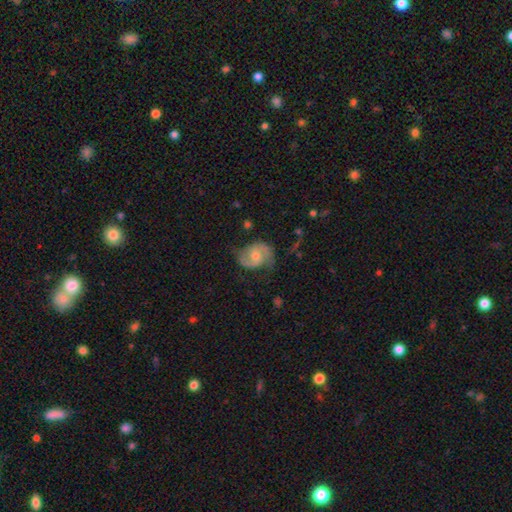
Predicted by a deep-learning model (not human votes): The model was most divided on "bar": no: 55%, weak: 38%, strong: 7%. More confident: edge-on disk — no (98%); spiral arms — yes (95%); spiral arm count — 2 (89%); smooth or featured — featured or disk (79%); merging — none (67%); bulge size — moderate (57%); spiral winding — medium (52%).